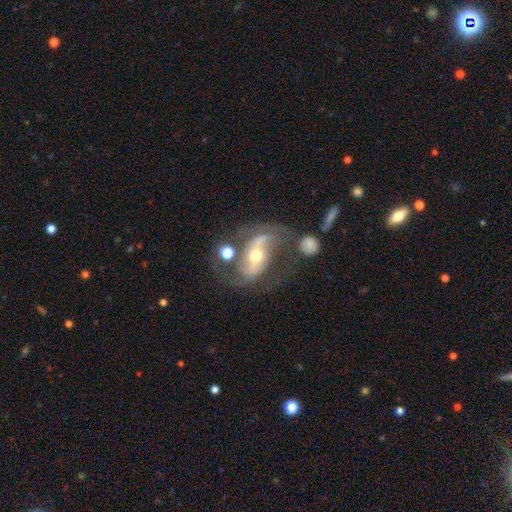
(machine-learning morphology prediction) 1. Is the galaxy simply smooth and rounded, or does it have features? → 84% featured or disk, 9% smooth, 7% star or artifact.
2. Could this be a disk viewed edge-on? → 95% no, 5% yes.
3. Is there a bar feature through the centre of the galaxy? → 51% strong, 29% weak, 20% no.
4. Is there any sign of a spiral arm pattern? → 91% yes, 9% no.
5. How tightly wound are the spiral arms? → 44% medium, 41% loose, 15% tight.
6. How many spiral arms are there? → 87% 2, 6% can't tell, 4% 1, 2% 3, 1% 4, 1% more than 4.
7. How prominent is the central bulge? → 55% moderate, 39% small, 3% large, 1% none, 1% dominant.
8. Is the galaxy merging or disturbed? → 51% none, 19% major disturbance, 18% minor disturbance, 12% merger.